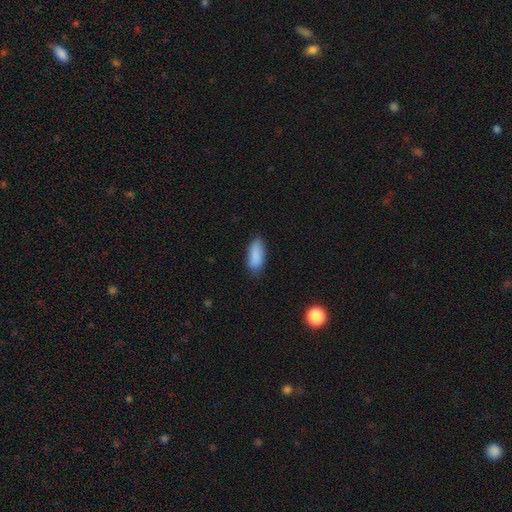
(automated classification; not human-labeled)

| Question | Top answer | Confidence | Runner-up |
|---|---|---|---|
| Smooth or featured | smooth | 88% | star or artifact (7%) |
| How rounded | in between | 79% | cigar-shaped (19%) |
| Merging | none | 78% | minor disturbance (18%) |